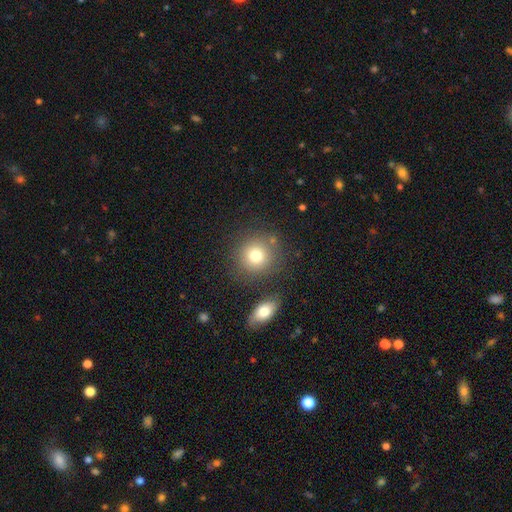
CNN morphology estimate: Smooth or featured?
  - smooth: 78% *
  - featured or disk: 11%
  - star or artifact: 11%
How rounded?
  - round: 89% *
  - in between: 10%
  - cigar-shaped: 1%
Merging?
  - none: 76% *
  - merger: 10%
  - minor disturbance: 10%
  - major disturbance: 4%